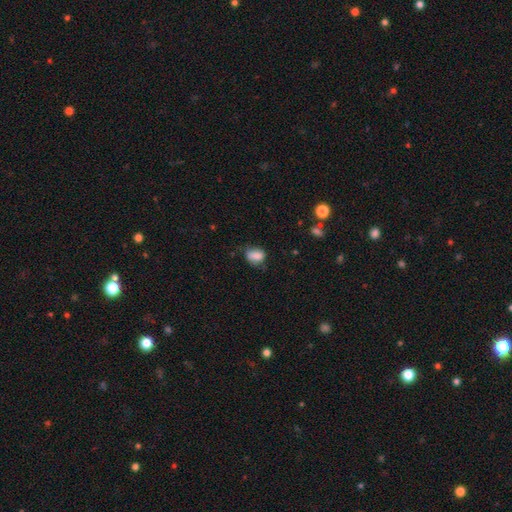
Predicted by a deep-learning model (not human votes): A smooth galaxy with no disk features (80%) that is in between round and cigar-shaped (70%). Merging: none (52%).